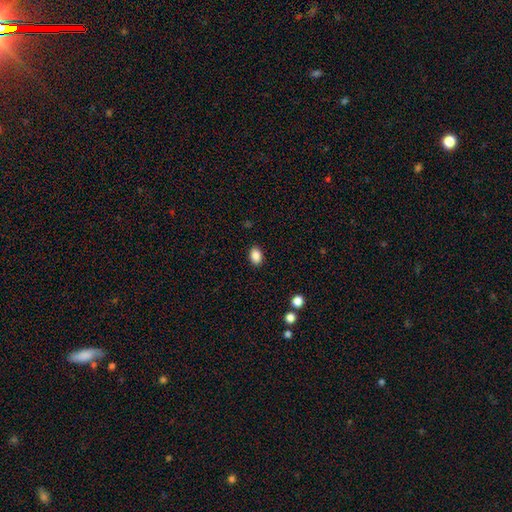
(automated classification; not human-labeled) Overall: smooth (87%). How rounded: in between (79%). Merging: none (89%).